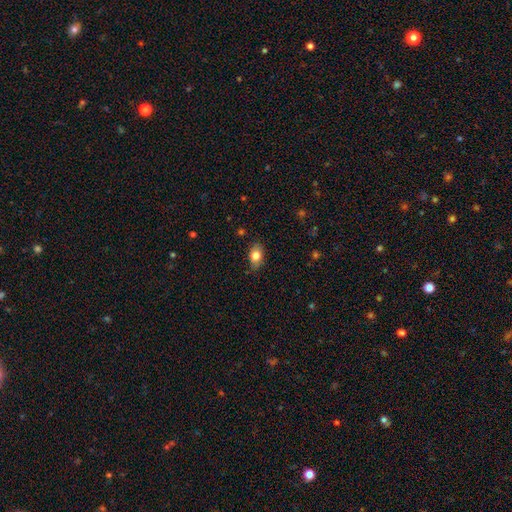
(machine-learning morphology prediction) Smooth or featured? smooth (82%)
How rounded? in between (84%)
Merging? none (81%)